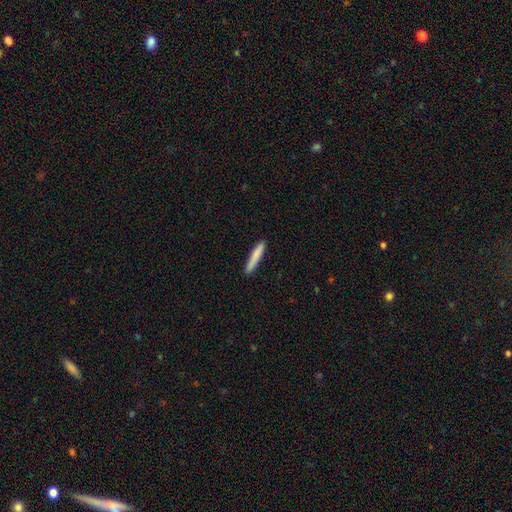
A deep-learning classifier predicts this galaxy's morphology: smooth 82%, featured or disk 13%, star or artifact 6%. Down the decision tree: how rounded — cigar-shaped (94%); merging — none (90%).